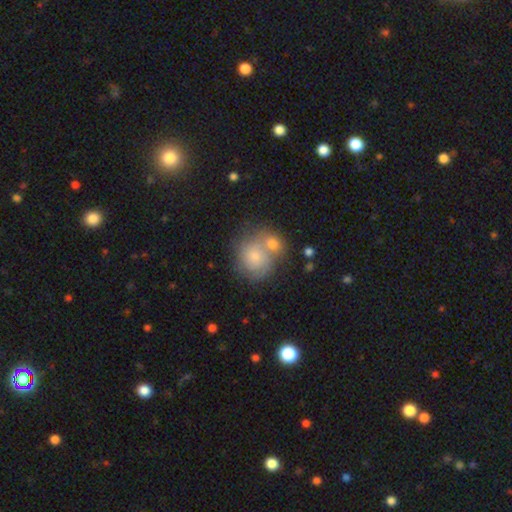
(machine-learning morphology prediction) Smooth or featured: smooth — 59% (featured or disk — 33%)
How rounded: round — 75% (in between — 24%)
Merging: merger — 44% (none — 35%)